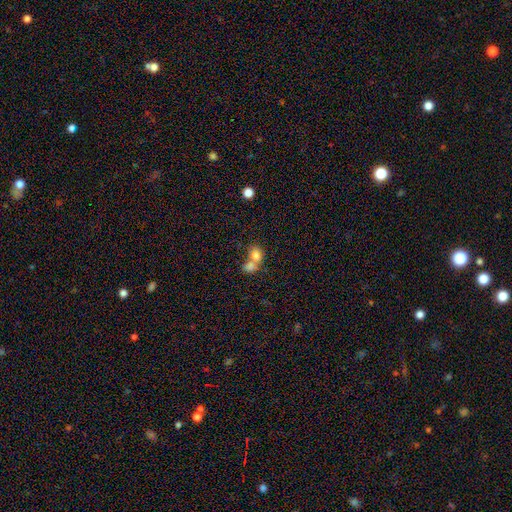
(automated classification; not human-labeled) A smooth galaxy with no disk features (77%) that is in between round and cigar-shaped (50%). Merging: merger (66%).